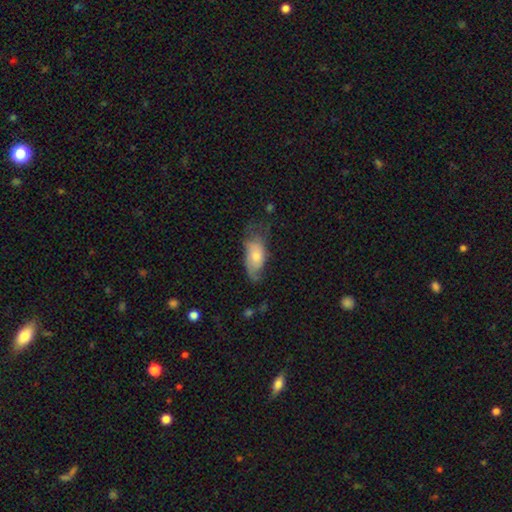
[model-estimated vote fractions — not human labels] A smooth galaxy with no disk features (54%) that is in between round and cigar-shaped (88%). Merging: none (39%).